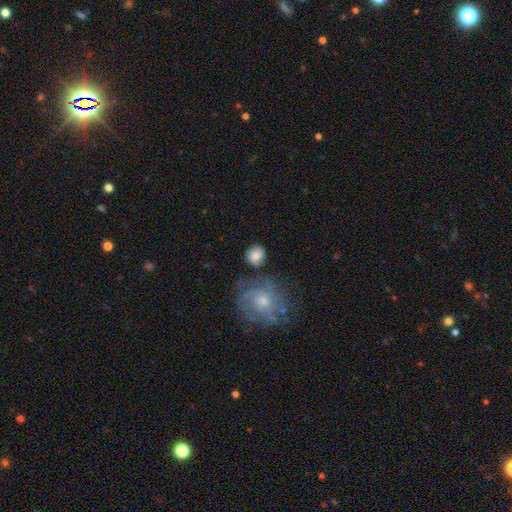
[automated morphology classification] This is likely a smooth galaxy (78%). How rounded: likely round (80%). Merging: likely none (70%).